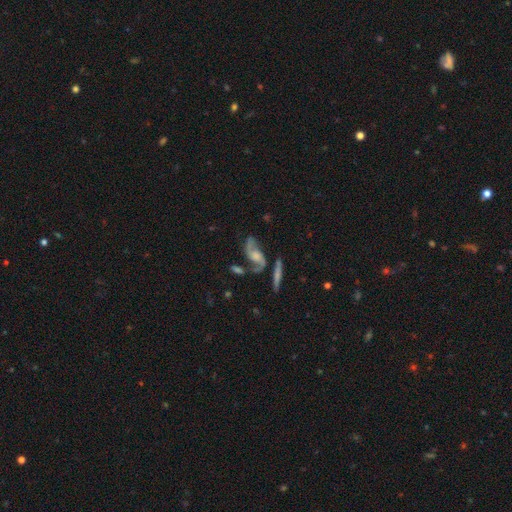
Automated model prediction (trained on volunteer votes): A featured or disk galaxy (83%) with no bar (57%), 2 (91%) loose (50%) spiral arms (94%) and a moderate central bulge (44%).

Vote fractions:
- Smooth or featured? featured or disk: 83% / smooth: 9% / star or artifact: 8%
- Edge-on disk? no: 90% / yes: 10%
- Bar? no: 57% / weak: 34% / strong: 9%
- Spiral arms? yes: 94% / no: 6%
- Spiral winding? loose: 50% / medium: 39% / tight: 11%
- Spiral arm count? 2: 91% / can't tell: 3% / 1: 2% / 3: 2% / 4: 1% / more than 4: 1%
- Bulge size? moderate: 44% / small: 27% / large: 14% / none: 12% / dominant: 2%
- Merging? none: 57% / merger: 18% / minor disturbance: 15% / major disturbance: 10%